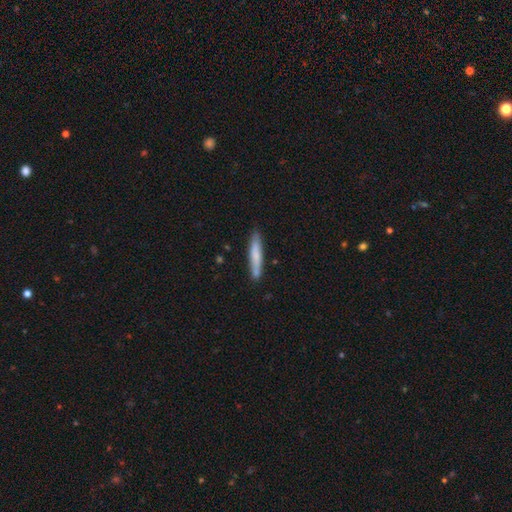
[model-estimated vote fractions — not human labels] Smooth or featured: smooth — 71% (featured or disk — 23%)
How rounded: cigar-shaped — 93% (in between — 6%)
Merging: none — 84% (minor disturbance — 12%)